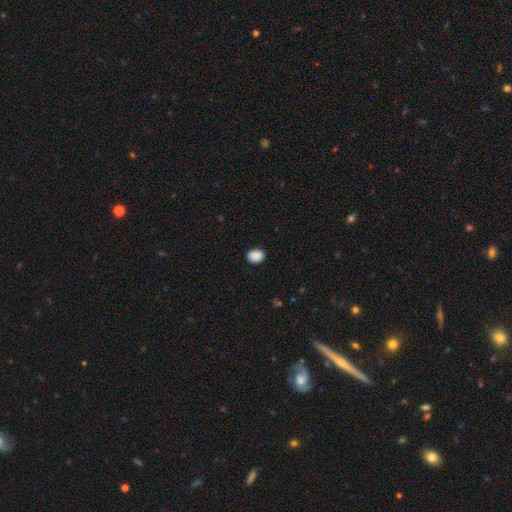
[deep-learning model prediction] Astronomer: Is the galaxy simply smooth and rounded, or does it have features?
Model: smooth — 90%.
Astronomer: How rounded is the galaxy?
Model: in between — 61% (runner-up: round, 38%).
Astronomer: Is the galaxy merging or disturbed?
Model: none — 89%.